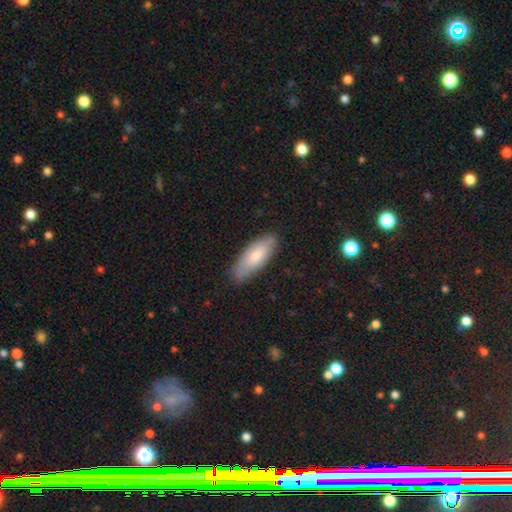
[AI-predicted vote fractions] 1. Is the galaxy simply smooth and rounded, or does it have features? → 70% smooth, 24% featured or disk, 6% star or artifact.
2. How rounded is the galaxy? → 71% in between, 27% cigar-shaped, 2% round.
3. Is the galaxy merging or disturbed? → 79% none, 17% minor disturbance, 3% major disturbance, 1% merger.